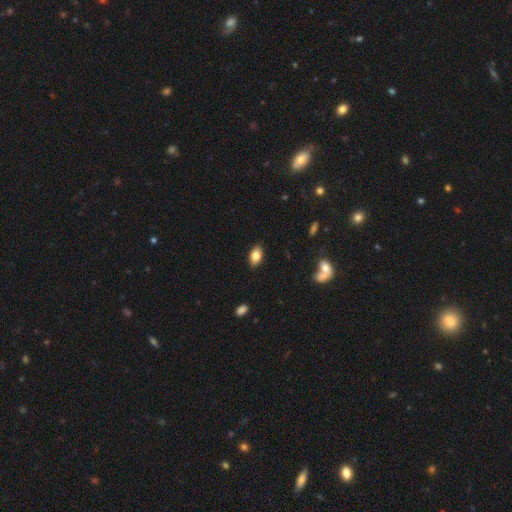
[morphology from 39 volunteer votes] Q: Smooth or featured?
A: smooth (74%); runner-up: featured or disk (21%)
Q: How rounded?
A: in between (93%); runner-up: round (7%)
Q: Merging?
A: none (95%); runner-up: minor disturbance (3%)